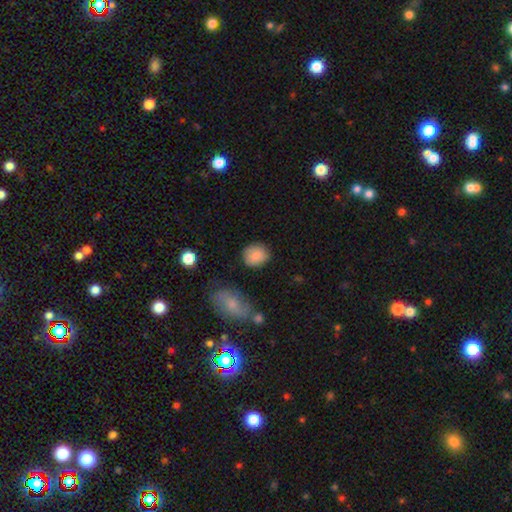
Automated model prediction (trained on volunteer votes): Morphology: type=smooth (88%); roundness=round (71%); merging=none (81%).